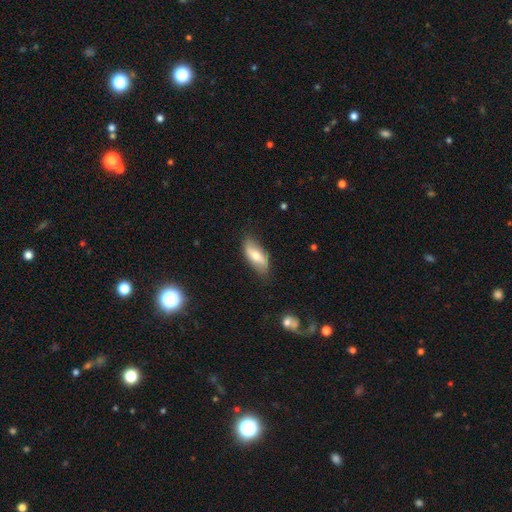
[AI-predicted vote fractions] smooth-or-featured: smooth: 58% | featured or disk: 36% | star or artifact: 6%
  how-rounded: in between: 78% | cigar-shaped: 19% | round: 3%
  merging: none: 75% | minor disturbance: 19% | major disturbance: 4% | merger: 2%